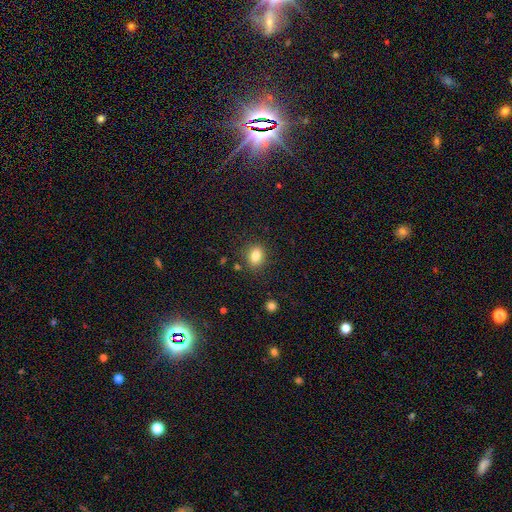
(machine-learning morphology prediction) smooth 82%, star or artifact 10%, featured or disk 8%. Down the decision tree: how rounded — in between (53%); merging — none (84%).